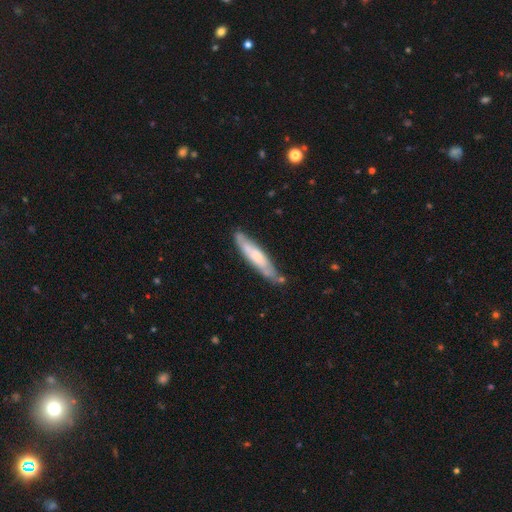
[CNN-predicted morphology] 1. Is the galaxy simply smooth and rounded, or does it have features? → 49% smooth, 46% featured or disk, 5% star or artifact.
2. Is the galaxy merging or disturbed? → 75% none, 18% minor disturbance, 4% merger, 3% major disturbance.